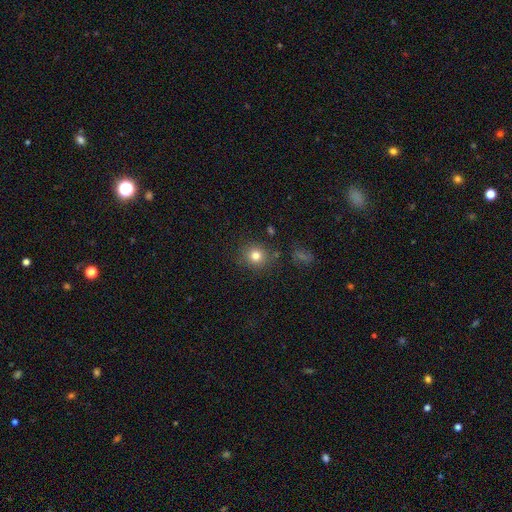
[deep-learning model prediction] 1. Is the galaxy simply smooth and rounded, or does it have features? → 80% smooth, 13% star or artifact, 7% featured or disk.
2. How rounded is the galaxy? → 88% round, 11% in between, 1% cigar-shaped.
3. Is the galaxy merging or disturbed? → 85% none, 9% minor disturbance, 3% merger, 3% major disturbance.